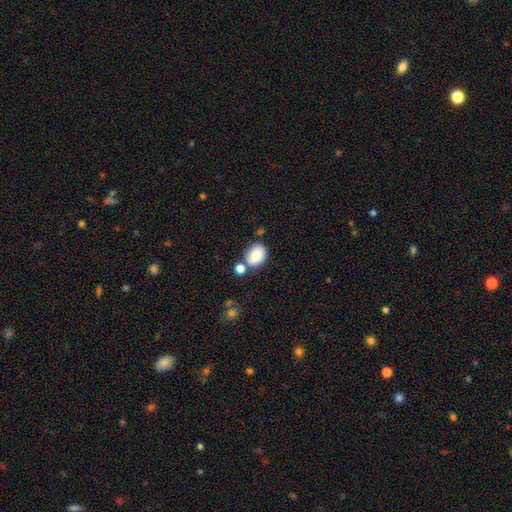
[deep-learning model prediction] smooth_or_featured: smooth (p=0.73) [alt: featured or disk p=0.19]
how_rounded: in between (p=0.54) [alt: round p=0.45]
merging: none (p=0.61) [alt: merger p=0.19]